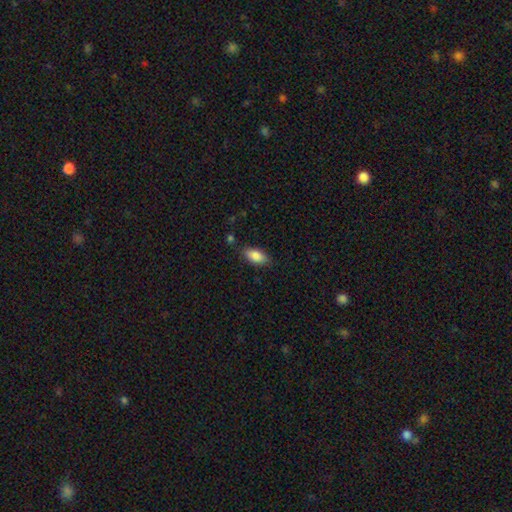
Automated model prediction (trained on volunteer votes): Smooth or featured? Predicted: smooth (p=0.85). How rounded? Predicted: in between (p=0.89). Merging? Predicted: none (p=0.81).